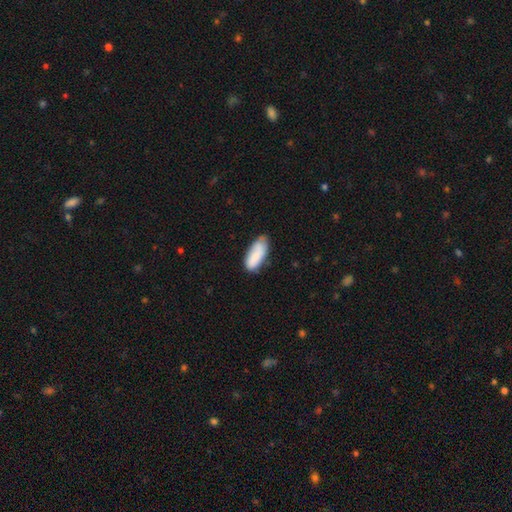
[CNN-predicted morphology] smooth_or_featured: smooth (p=0.80) [alt: featured or disk p=0.14]
how_rounded: in between (p=0.85) [alt: cigar-shaped p=0.13]
merging: none (p=0.59) [alt: minor disturbance p=0.32]